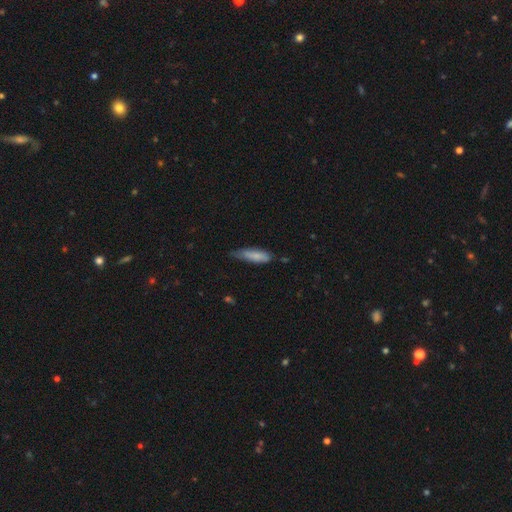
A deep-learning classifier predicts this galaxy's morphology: A smooth galaxy with no disk features (80%) that is cigar-shaped (56%). Merging: none (56%).